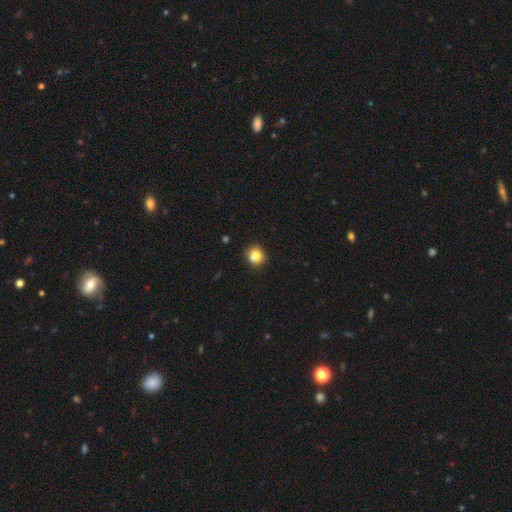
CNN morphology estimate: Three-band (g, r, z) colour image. It shows a smooth galaxy with no disk features (81%) that is round (82%). Merging: none (76%).